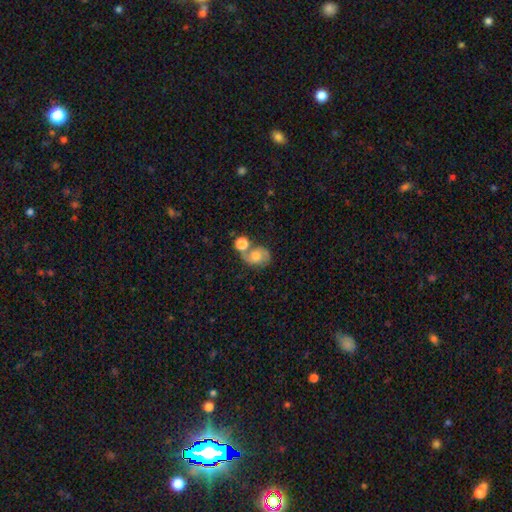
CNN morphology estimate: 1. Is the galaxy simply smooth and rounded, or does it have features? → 51% featured or disk, 39% smooth, 10% star or artifact.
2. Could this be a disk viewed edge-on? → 97% no, 3% yes.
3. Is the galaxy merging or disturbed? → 42% none, 35% merger, 15% minor disturbance, 8% major disturbance.